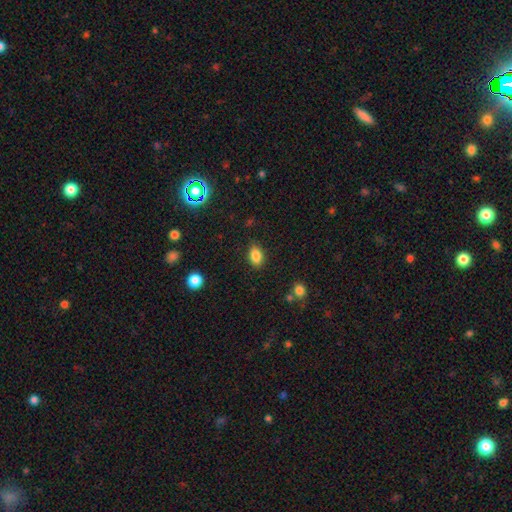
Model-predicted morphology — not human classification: Smooth or featured: smooth — 85% (star or artifact — 10%)
How rounded: in between — 86% (round — 12%)
Merging: none — 85% (minor disturbance — 11%)